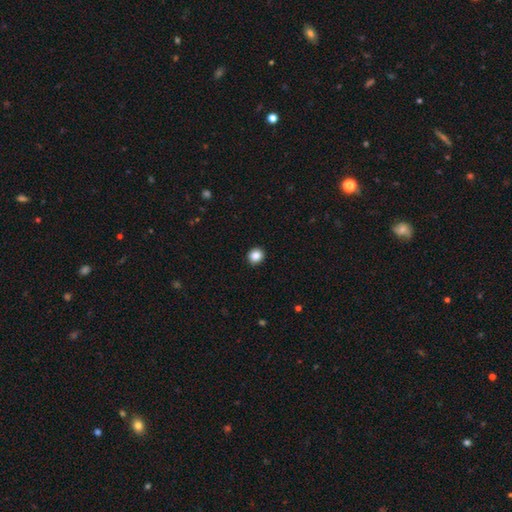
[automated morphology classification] Smooth or featured?
  - smooth: 87% *
  - star or artifact: 10%
  - featured or disk: 4%
How rounded?
  - round: 86% *
  - in between: 13%
  - cigar-shaped: 1%
Merging?
  - none: 92% *
  - minor disturbance: 5%
  - major disturbance: 2%
  - merger: 1%